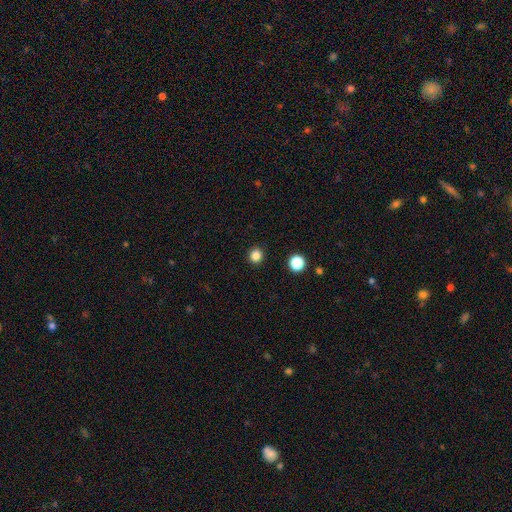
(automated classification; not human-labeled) smooth_or_featured: smooth (p=0.84) [alt: star or artifact p=0.12]
how_rounded: round (p=0.92) [alt: in between p=0.07]
merging: none (p=0.93) [alt: minor disturbance p=0.04]